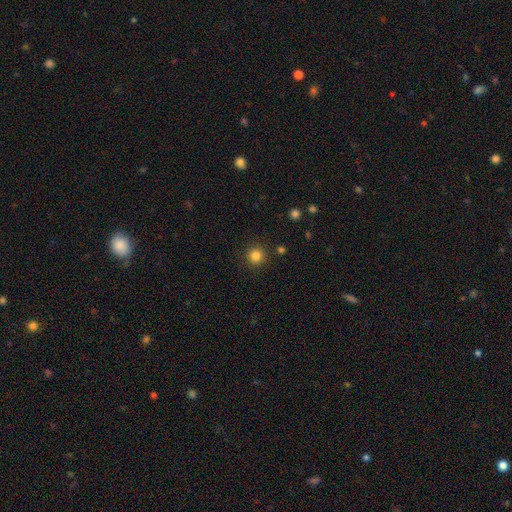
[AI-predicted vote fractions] Q: Smooth or featured?
A: smooth (83%); runner-up: star or artifact (12%)
Q: How rounded?
A: round (95%); runner-up: in between (4%)
Q: Merging?
A: none (91%); runner-up: minor disturbance (5%)